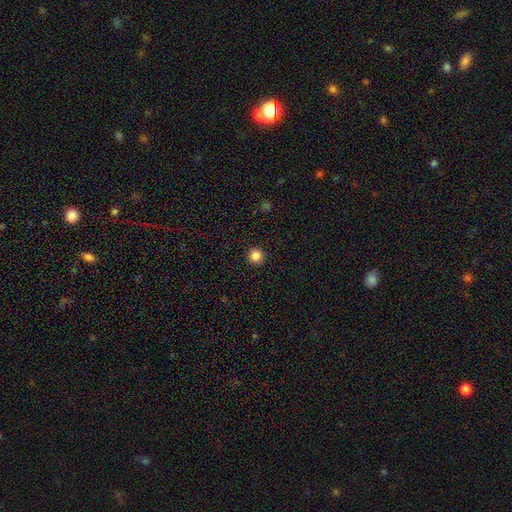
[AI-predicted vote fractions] A smooth galaxy with no disk features (85%) that is round (96%).

Vote fractions:
- Smooth or featured? smooth: 85% / star or artifact: 12% / featured or disk: 4%
- How rounded? round: 96% / in between: 3% / cigar-shaped: 1%
- Merging? none: 93% / minor disturbance: 4% / major disturbance: 2% / merger: 1%